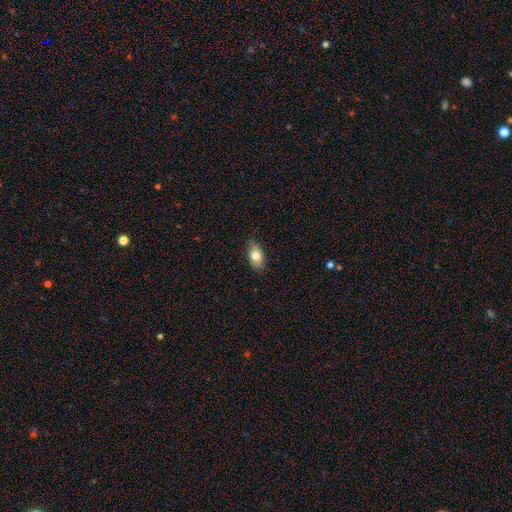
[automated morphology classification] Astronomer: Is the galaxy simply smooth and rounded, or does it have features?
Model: smooth — 76%.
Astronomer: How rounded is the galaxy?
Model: in between — 87%.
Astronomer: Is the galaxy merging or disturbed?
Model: none — 84%.